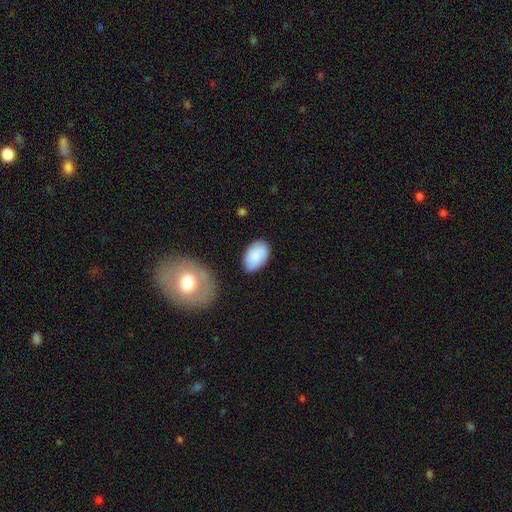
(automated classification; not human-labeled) Smooth or featured? smooth (84%)
How rounded? in between (91%)
Merging? none (77%)